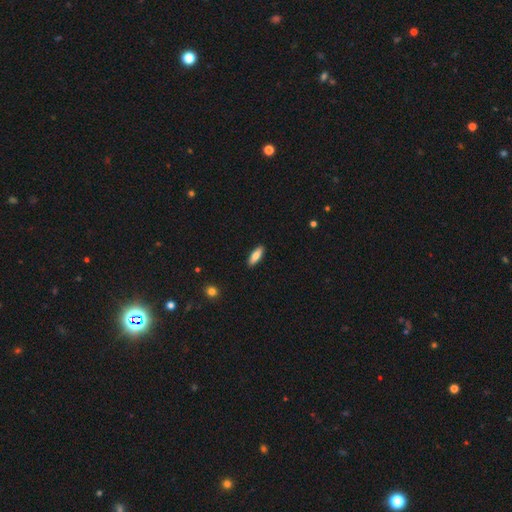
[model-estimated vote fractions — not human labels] The model was most divided on "how rounded": in between: 59%, cigar-shaped: 39%, round: 2%. More confident: merging — none (91%); smooth or featured — smooth (77%).